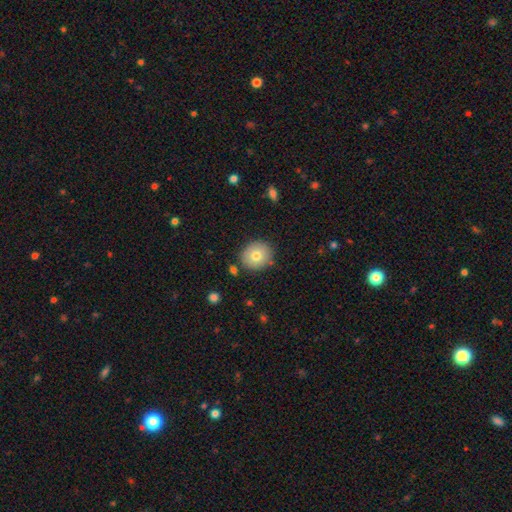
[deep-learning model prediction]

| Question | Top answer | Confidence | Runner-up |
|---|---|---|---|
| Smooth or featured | smooth | 75% | featured or disk (16%) |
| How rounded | round | 79% | in between (21%) |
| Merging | none | 85% | minor disturbance (10%) |